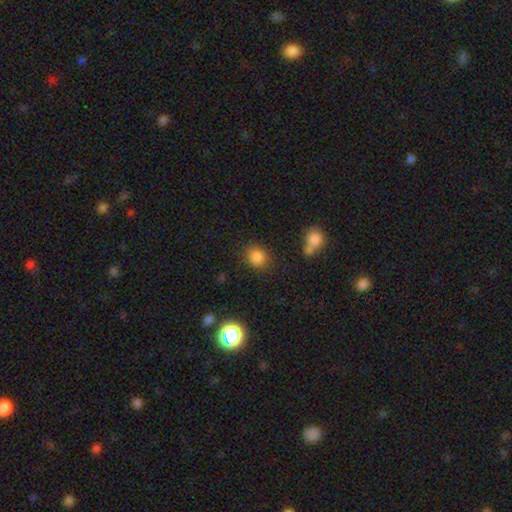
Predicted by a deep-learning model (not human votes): Overall: smooth (82%). How rounded: round (72%). Merging: none (83%).